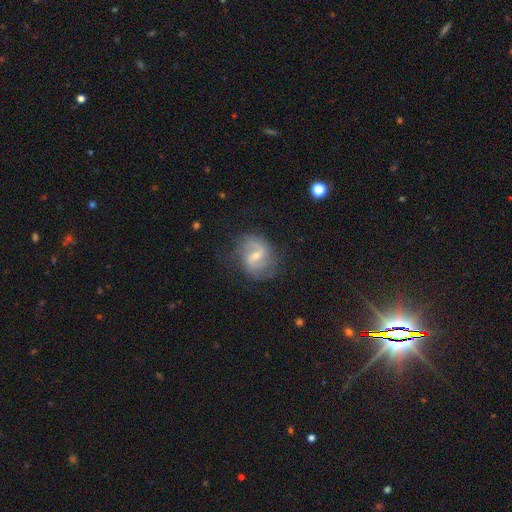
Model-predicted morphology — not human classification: smooth-or-featured: featured or disk: 83% | smooth: 11% | star or artifact: 6%
  disk-edge-on: no: 97% | yes: 3%
    bar: weak: 57% | strong: 24% | no: 19%
    has-spiral-arms: yes: 94% | no: 6%
      spiral-winding: medium: 47% | loose: 36% | tight: 17%
      spiral-arm-count: 2: 86% | can't tell: 7% | 1: 2% | 3: 2% | 4: 1% | more than 4: 1%
    bulge-size: small: 55% | moderate: 41% | none: 2% | large: 2% | dominant: 1%
  merging: none: 74% | minor disturbance: 17% | major disturbance: 8% | merger: 1%